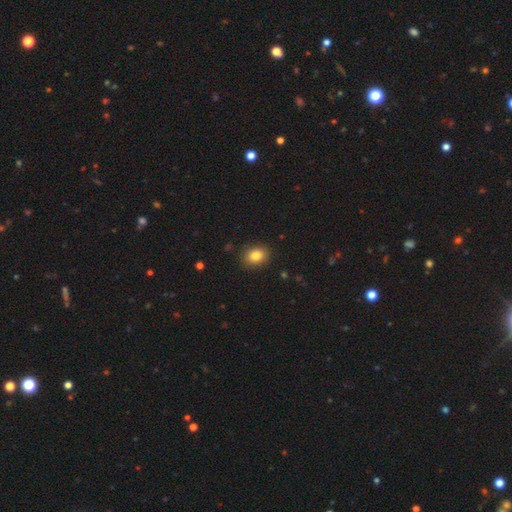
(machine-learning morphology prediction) Overall: smooth (85%). How rounded: in between (57%; round 42%). Merging: none (88%).